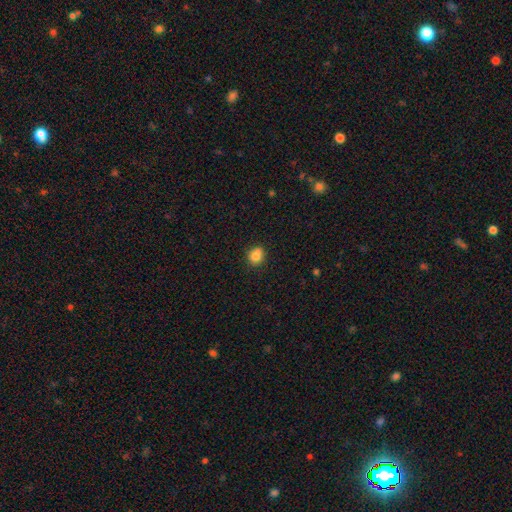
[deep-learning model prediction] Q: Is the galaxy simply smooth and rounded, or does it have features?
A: smooth — 82%.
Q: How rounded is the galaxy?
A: round — 70%.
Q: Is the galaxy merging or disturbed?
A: none — 70%.